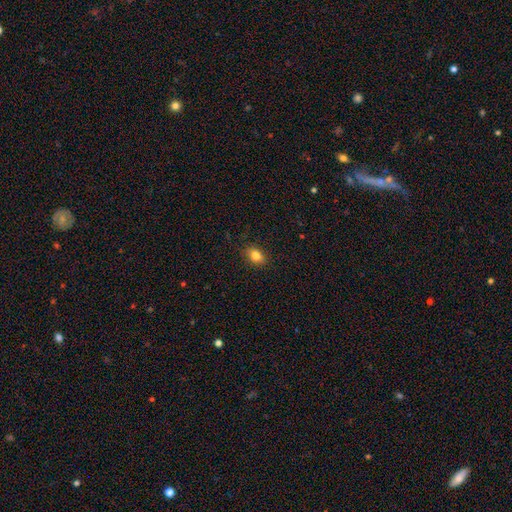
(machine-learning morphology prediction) Smooth or featured?
  - smooth: 82% *
  - star or artifact: 10%
  - featured or disk: 8%
How rounded?
  - in between: 77% *
  - round: 21%
  - cigar-shaped: 2%
Merging?
  - none: 88% *
  - minor disturbance: 9%
  - major disturbance: 2%
  - merger: 1%